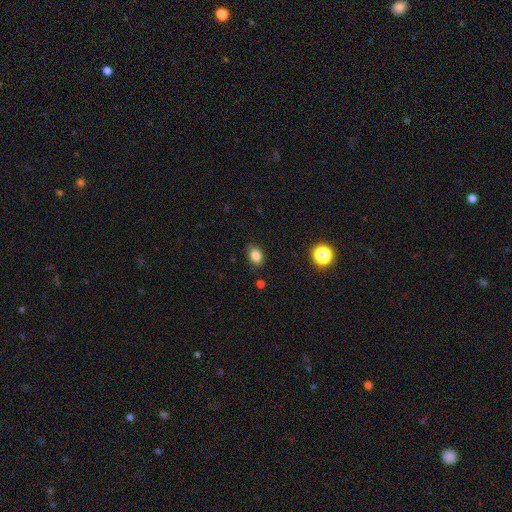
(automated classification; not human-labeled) Overall: smooth (84%). How rounded: in between (71%). Merging: none (80%).